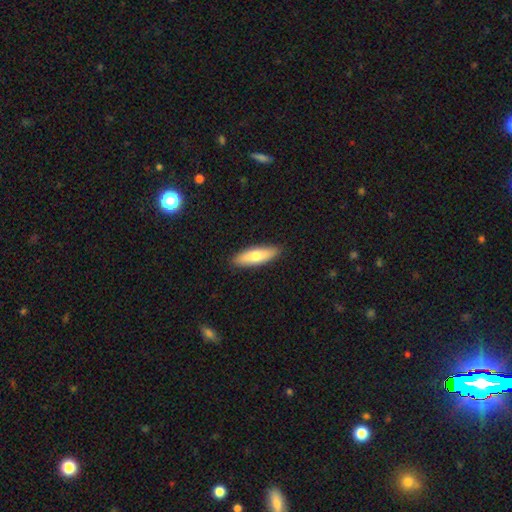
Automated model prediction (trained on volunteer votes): smooth_or_featured: smooth (p=0.70) [alt: featured or disk p=0.25]
how_rounded: cigar-shaped (p=0.53) [alt: in between p=0.45]
merging: none (p=0.90) [alt: minor disturbance p=0.08]